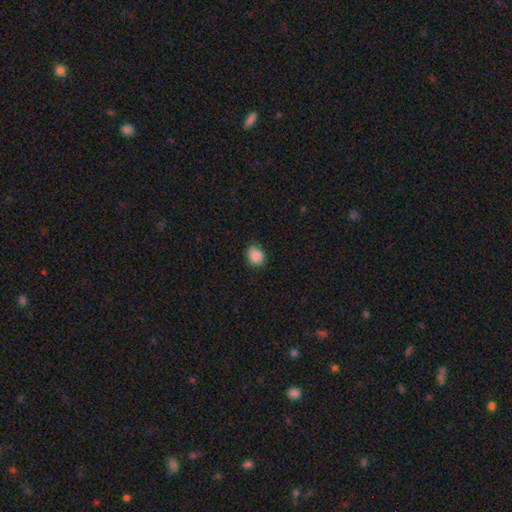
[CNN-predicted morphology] Q: Smooth or featured?
A: smooth (88%); runner-up: star or artifact (8%)
Q: How rounded?
A: in between (54%); runner-up: round (45%)
Q: Merging?
A: none (75%); runner-up: minor disturbance (21%)